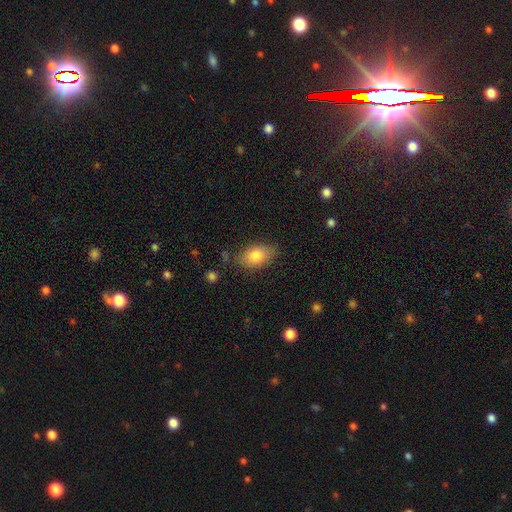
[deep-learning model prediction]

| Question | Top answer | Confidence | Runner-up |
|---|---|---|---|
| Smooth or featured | smooth | 81% | featured or disk (12%) |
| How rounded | in between | 89% | round (9%) |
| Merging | none | 77% | minor disturbance (17%) |